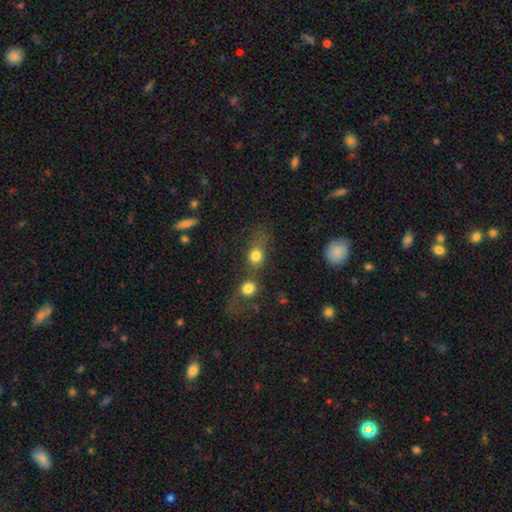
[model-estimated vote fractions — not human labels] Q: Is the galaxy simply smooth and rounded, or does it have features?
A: smooth — 77%.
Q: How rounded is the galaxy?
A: round — 68%.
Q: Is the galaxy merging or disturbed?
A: merger — 50%.